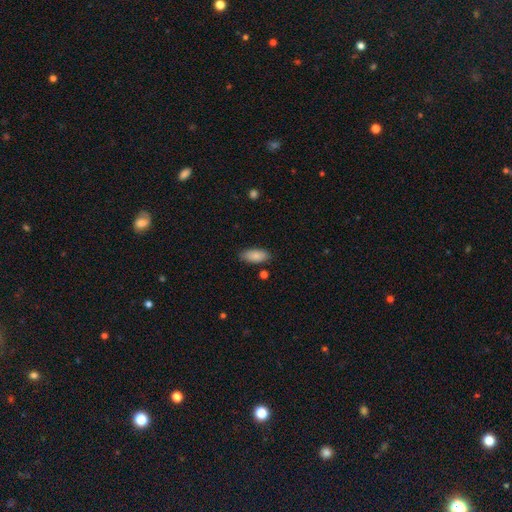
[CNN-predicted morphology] Q: Smooth or featured?
A: smooth (87%); runner-up: star or artifact (6%)
Q: How rounded?
A: in between (89%); runner-up: cigar-shaped (9%)
Q: Merging?
A: none (84%); runner-up: minor disturbance (12%)